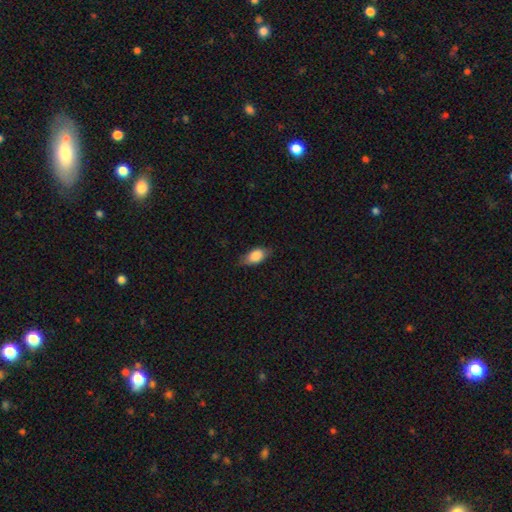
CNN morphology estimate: This appears to be a smooth galaxy with no disk features (82%) that is in between round and cigar-shaped (87%). Merging: none (73%).